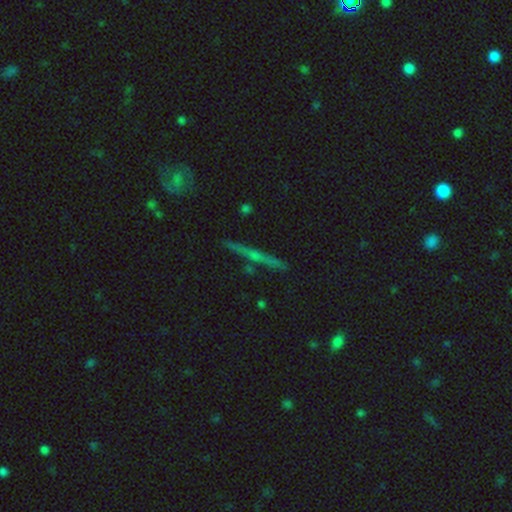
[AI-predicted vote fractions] Smooth or featured? featured or disk (70%)
Edge-on disk? yes (97%)
Edge-on bulge? rounded (60%)
Merging? none (90%)